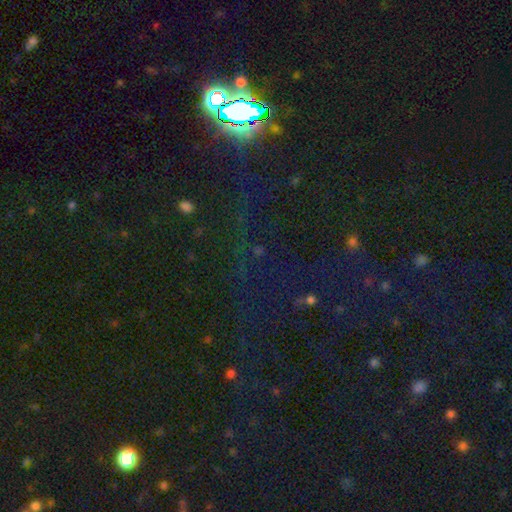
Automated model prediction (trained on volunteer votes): Smooth or featured? Predicted: star or artifact (p=0.79).